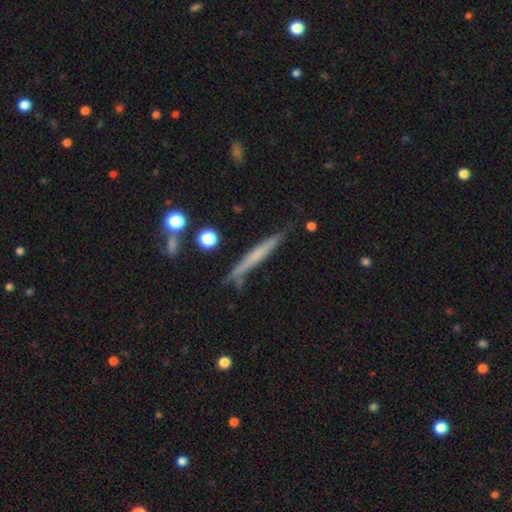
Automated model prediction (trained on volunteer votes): smooth_or_featured: featured or disk (p=0.46) [tied with: smooth p=0.46]
merging: none (p=0.79) [alt: minor disturbance p=0.14]